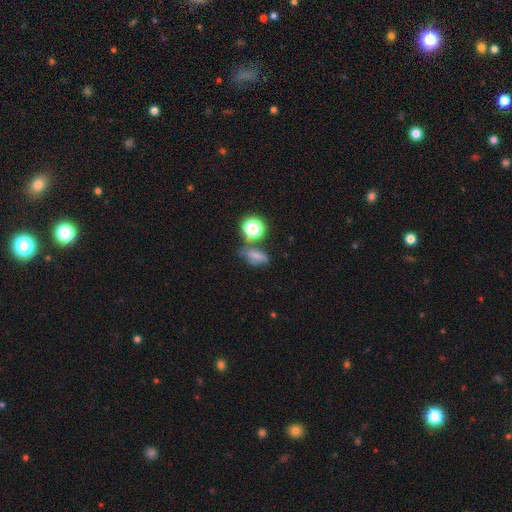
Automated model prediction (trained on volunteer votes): Overall: smooth (67%). How rounded: in between (67%). Merging: none (51%; minor disturbance 23%).